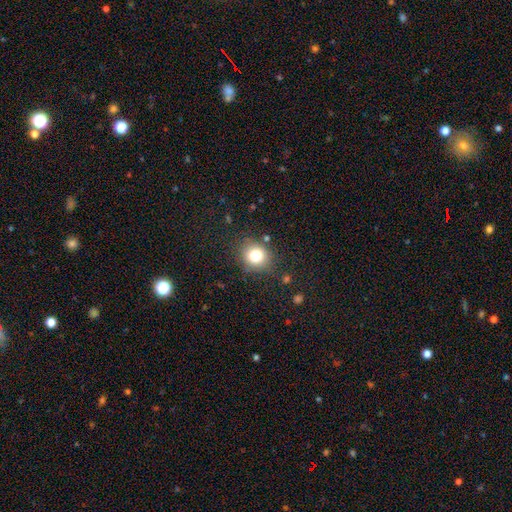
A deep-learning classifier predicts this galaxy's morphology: Smooth or featured: smooth — 79% (star or artifact — 13%)
How rounded: round — 82% (in between — 17%)
Merging: none — 83% (minor disturbance — 11%)